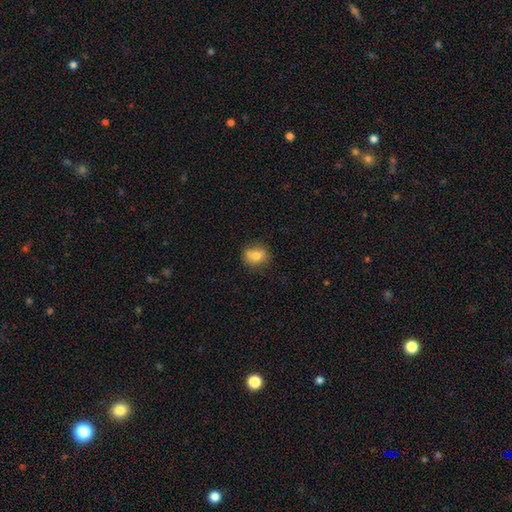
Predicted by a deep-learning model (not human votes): smooth-or-featured: smooth: 76% | featured or disk: 13% | star or artifact: 11%
  how-rounded: round: 73% | in between: 26% | cigar-shaped: 1%
  merging: none: 73% | minor disturbance: 16% | merger: 8% | major disturbance: 3%